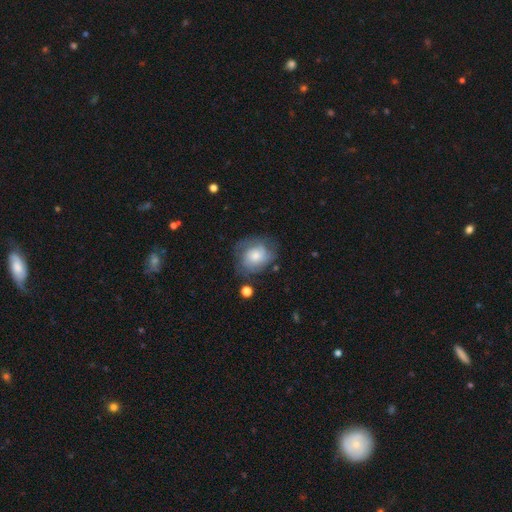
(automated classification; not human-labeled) A featured or disk galaxy (56%) with no bar (78%), spiral arms (83%) and a moderate central bulge (41%). Merging: none (63%).